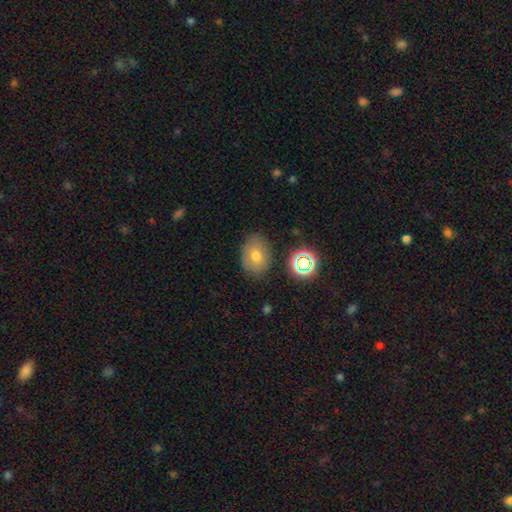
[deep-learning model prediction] This appears to be a smooth galaxy with no disk features (70%) that is in between round and cigar-shaped (69%). Merging: none (79%).